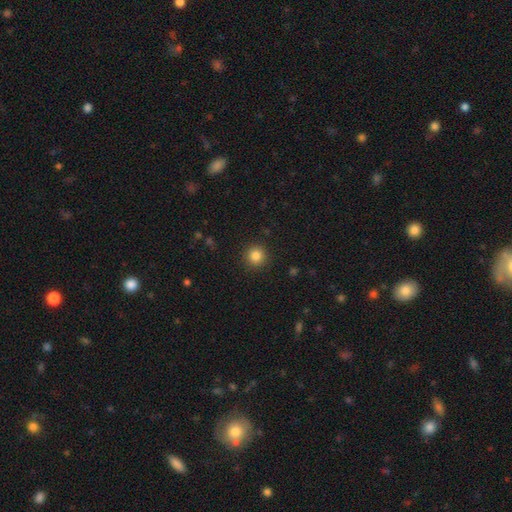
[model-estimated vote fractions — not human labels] smooth 84%, star or artifact 11%, featured or disk 4%. Down the decision tree: how rounded — round (95%); merging — none (91%).